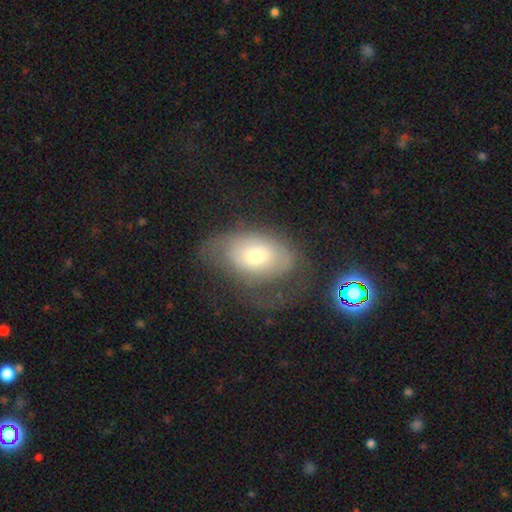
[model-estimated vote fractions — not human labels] A smooth galaxy with no disk features (48%).

Vote fractions:
- Smooth or featured? smooth: 48% / featured or disk: 41% / star or artifact: 11%
- Merging? none: 40% / major disturbance: 30% / minor disturbance: 26% / merger: 3%